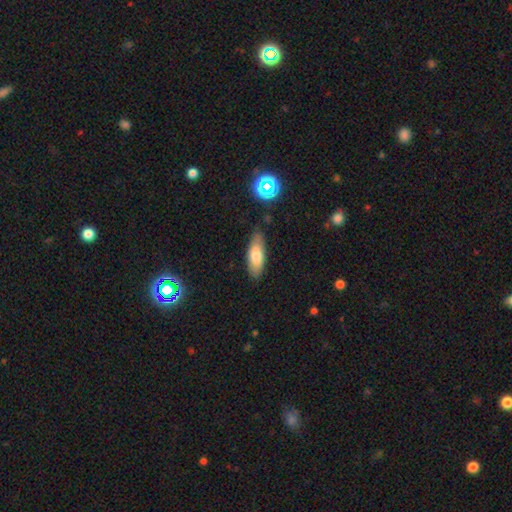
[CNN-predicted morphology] smooth_or_featured: smooth (p=0.74) [alt: featured or disk p=0.19]
how_rounded: in between (p=0.69) [alt: cigar-shaped p=0.29]
merging: none (p=0.80) [alt: minor disturbance p=0.15]